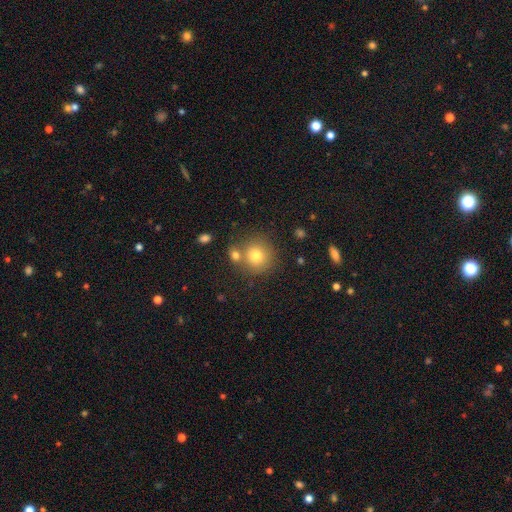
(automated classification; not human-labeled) Morphology: type=smooth (78%); roundness=round (91%); merging=none (67%).